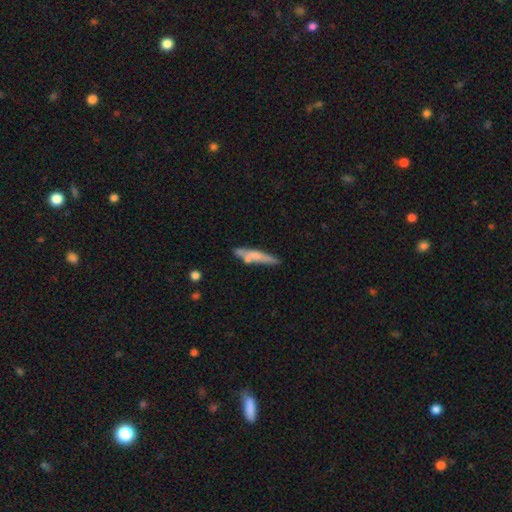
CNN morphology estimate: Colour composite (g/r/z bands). It shows a smooth galaxy with no disk features (58%) that is cigar-shaped (88%). Merging: none (65%).